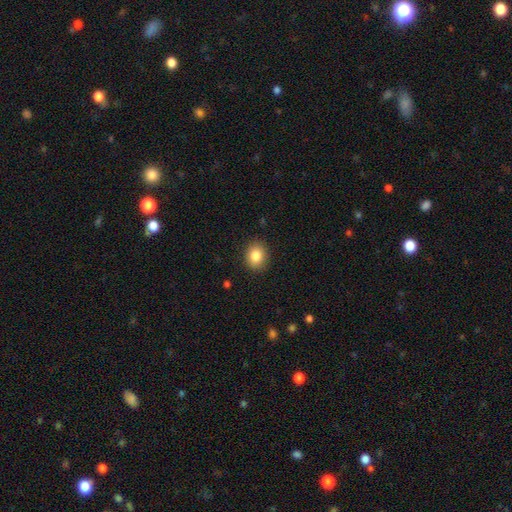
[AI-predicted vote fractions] Smooth or featured?
  - smooth: 85% *
  - star or artifact: 9%
  - featured or disk: 6%
How rounded?
  - round: 61% *
  - in between: 38%
  - cigar-shaped: 1%
Merging?
  - none: 89% *
  - minor disturbance: 8%
  - major disturbance: 2%
  - merger: 1%